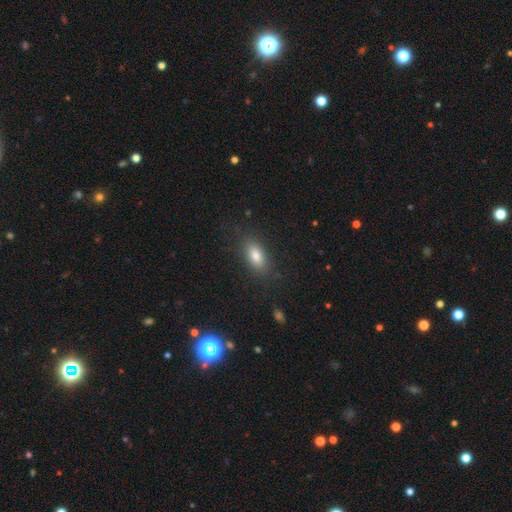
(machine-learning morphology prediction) The model was most divided on "smooth or featured": smooth: 79%, featured or disk: 11%, star or artifact: 10%. More confident: how rounded — in between (84%); merging — none (84%).